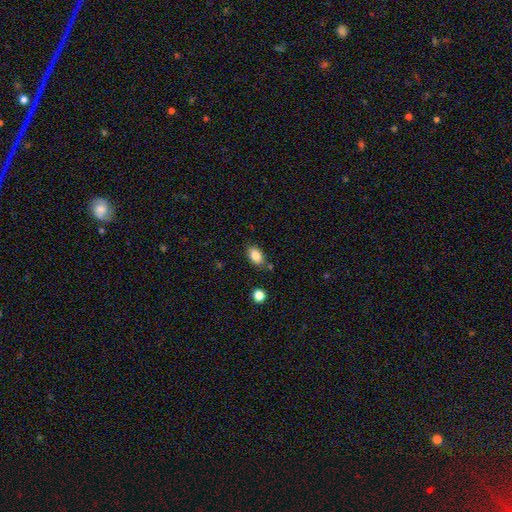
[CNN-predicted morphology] This appears to be a smooth galaxy with no disk features (86%) that is in between round and cigar-shaped (90%). Merging: none (79%).